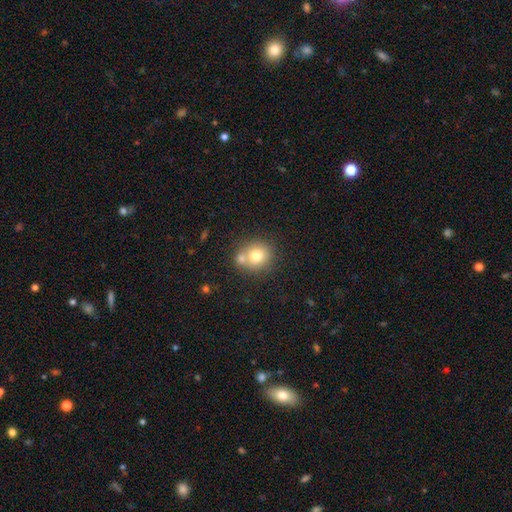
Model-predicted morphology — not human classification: This appears to be a smooth galaxy with no disk features (74%) that is round (83%). Merging: none (52%).